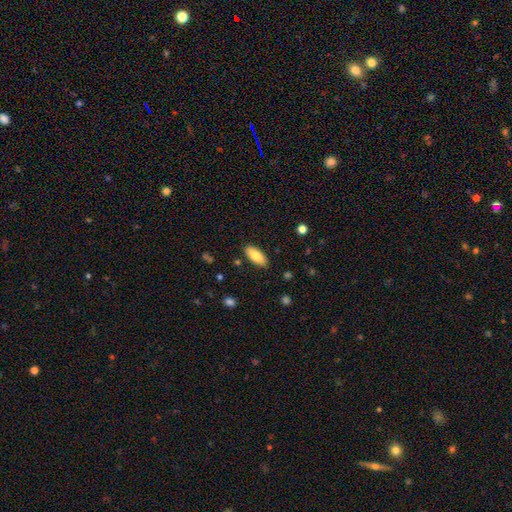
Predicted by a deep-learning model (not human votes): The model was most divided on "smooth or featured": smooth: 80%, featured or disk: 14%, star or artifact: 6%. More confident: merging — none (87%); how rounded — in between (84%).